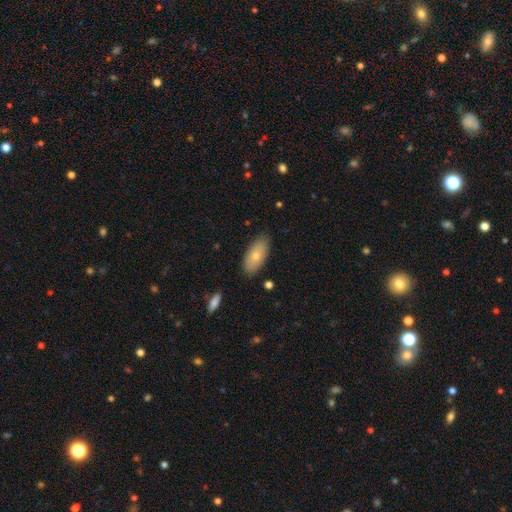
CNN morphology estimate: Smooth or featured: smooth — 74% (featured or disk — 19%)
How rounded: in between — 91% (cigar-shaped — 6%)
Merging: none — 82% (minor disturbance — 14%)